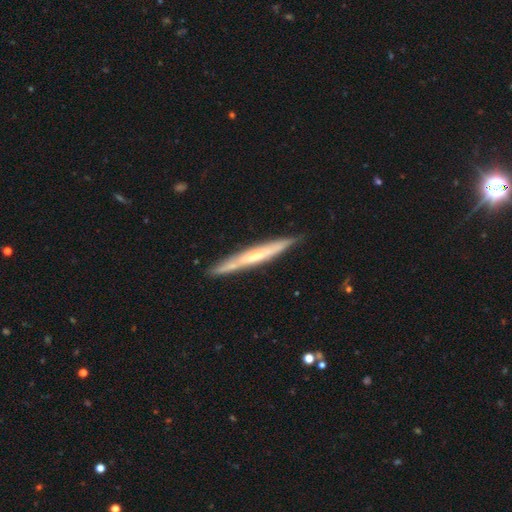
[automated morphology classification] Smooth or featured?
  - featured or disk: 59% *
  - smooth: 36%
  - star or artifact: 6%
Edge-on disk?
  - yes: 92% *
  - no: 8%
Edge-on bulge?
  - none: 63% *
  - rounded: 26%
  - boxy: 11%
Merging?
  - none: 85% *
  - minor disturbance: 12%
  - major disturbance: 2%
  - merger: 2%